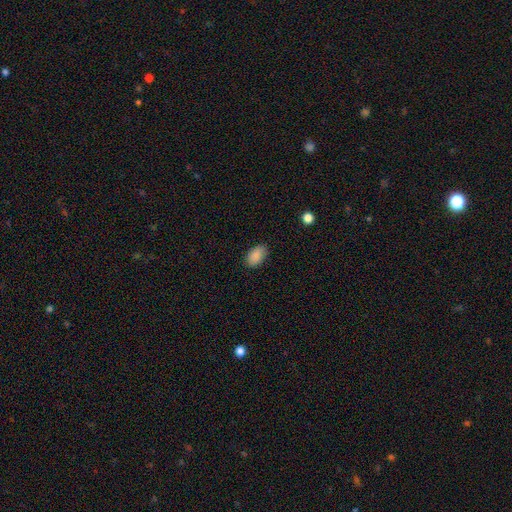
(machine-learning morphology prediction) smooth_or_featured: smooth (p=0.89) [alt: star or artifact p=0.07]
how_rounded: in between (p=0.92) [alt: round p=0.06]
merging: none (p=0.84) [alt: minor disturbance p=0.12]